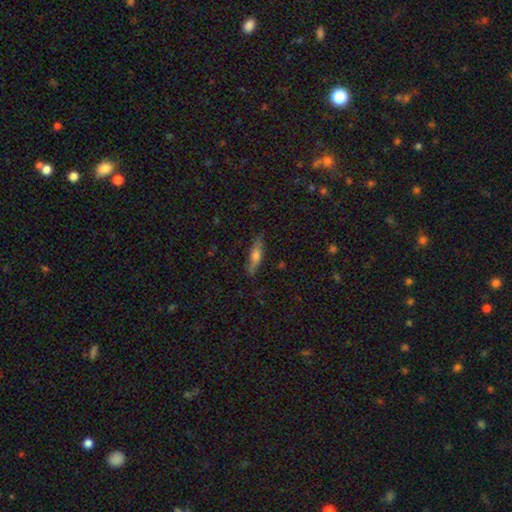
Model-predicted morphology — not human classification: type=smooth (61%); roundness=cigar-shaped (66%); merging=none (82%).